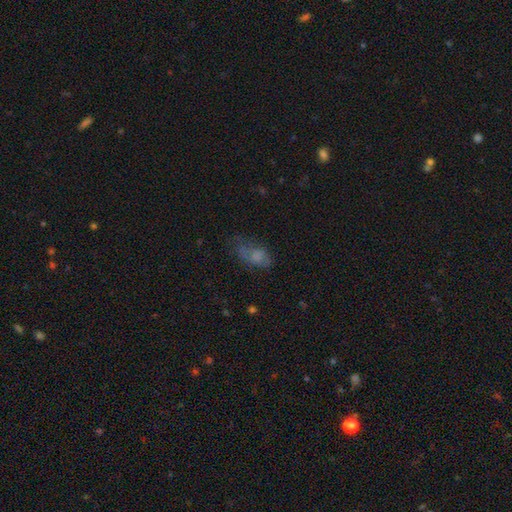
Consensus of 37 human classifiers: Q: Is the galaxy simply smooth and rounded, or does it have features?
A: smooth — 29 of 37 (78%).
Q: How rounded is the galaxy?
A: in between — 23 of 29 (79%).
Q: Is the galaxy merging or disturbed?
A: major disturbance — 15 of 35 (43%).